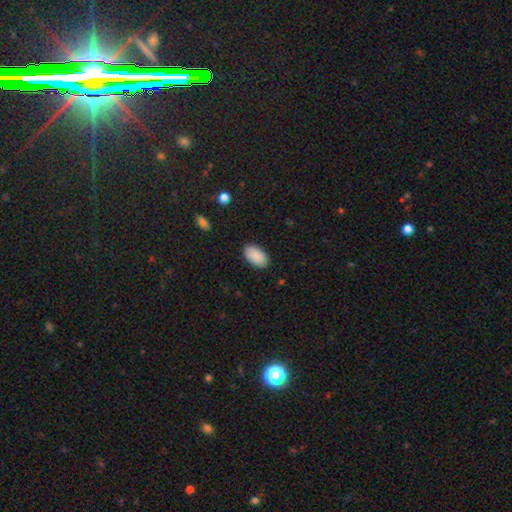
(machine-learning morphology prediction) This appears to be a smooth galaxy with no disk features (90%) that is in between round and cigar-shaped (96%). Merging: none (89%).